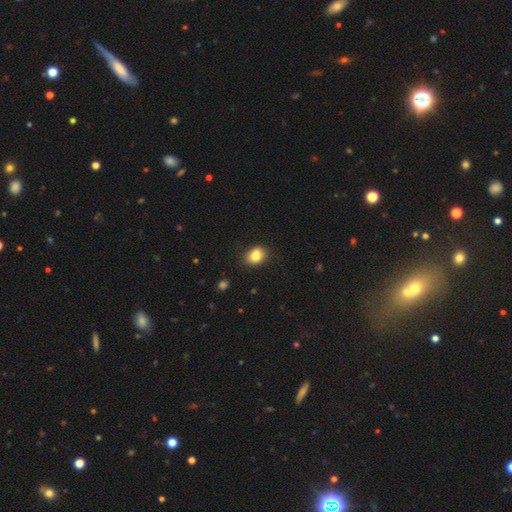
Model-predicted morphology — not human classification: type=smooth (82%); roundness=in between (60%); merging=none (72%).